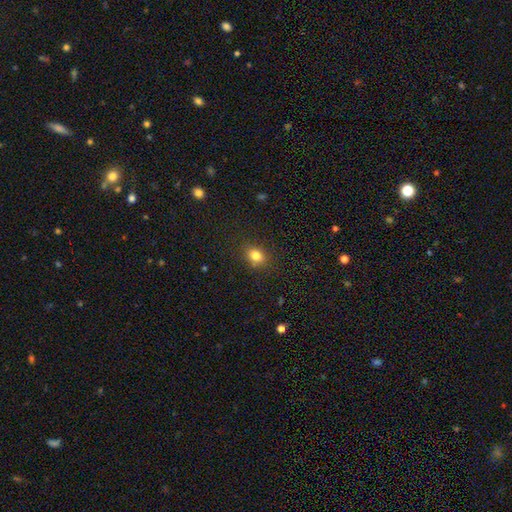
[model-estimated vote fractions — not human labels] smooth 81%, star or artifact 12%, featured or disk 6%. Down the decision tree: how rounded — round (52%); merging — none (85%).